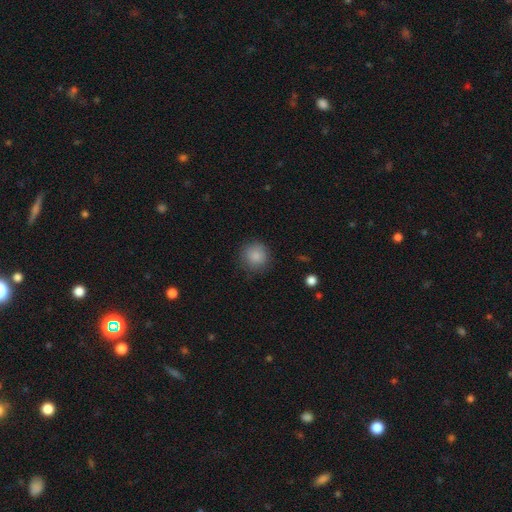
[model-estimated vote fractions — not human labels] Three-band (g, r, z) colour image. It shows a smooth galaxy with no disk features (87%) that is round (92%). Merging: none (85%).